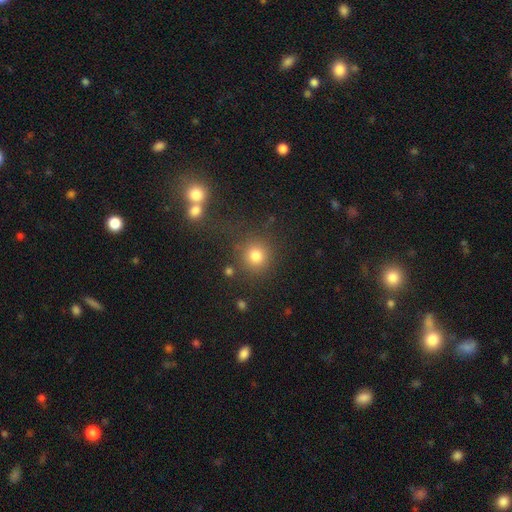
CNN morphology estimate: A smooth galaxy with no disk features (79%) that is round (90%).

Vote fractions:
- Smooth or featured? smooth: 79% / star or artifact: 14% / featured or disk: 7%
- How rounded? round: 90% / in between: 9% / cigar-shaped: 1%
- Merging? none: 77% / minor disturbance: 10% / merger: 7% / major disturbance: 6%